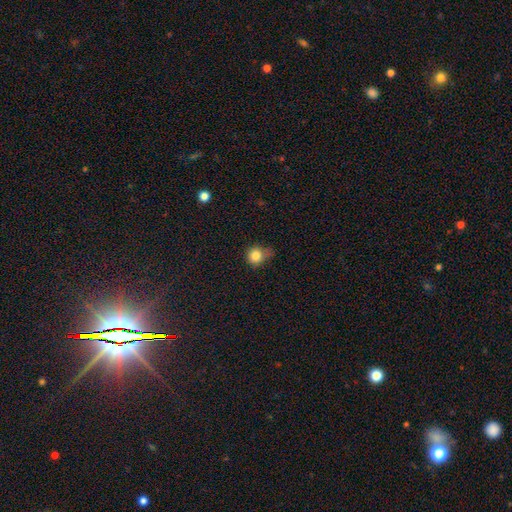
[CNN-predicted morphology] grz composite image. It shows a smooth galaxy with no disk features (82%) that is round (85%). Merging: none (46%).